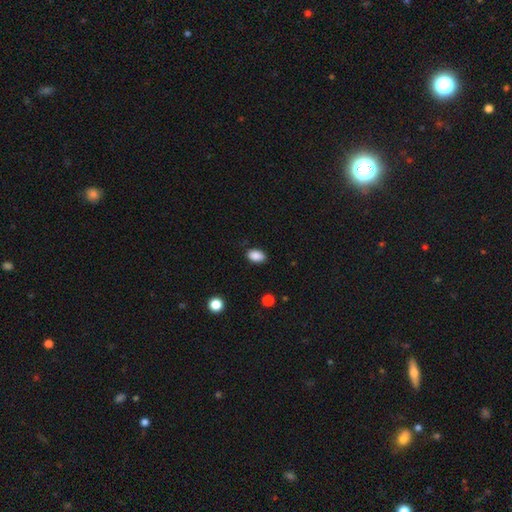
Q: Smooth or featured?
A: smooth (88%); runner-up: star or artifact (8%)
Q: How rounded?
A: in between (86%); runner-up: round (14%)
Q: Merging?
A: none (76%); runner-up: minor disturbance (22%)